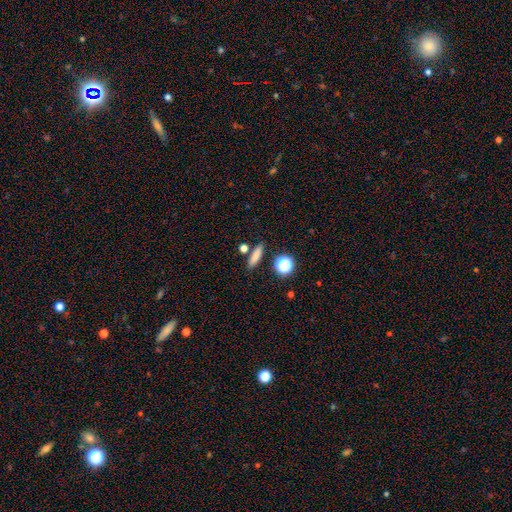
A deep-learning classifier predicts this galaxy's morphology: smooth 81%, star or artifact 11%, featured or disk 8%. Down the decision tree: how rounded — cigar-shaped (59%); merging — none (83%).